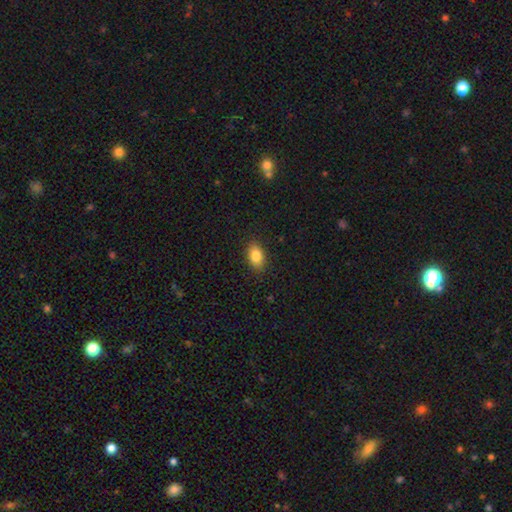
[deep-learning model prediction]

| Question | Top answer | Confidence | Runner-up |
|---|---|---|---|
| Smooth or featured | smooth | 84% | star or artifact (8%) |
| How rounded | in between | 88% | round (10%) |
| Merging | none | 87% | minor disturbance (10%) |